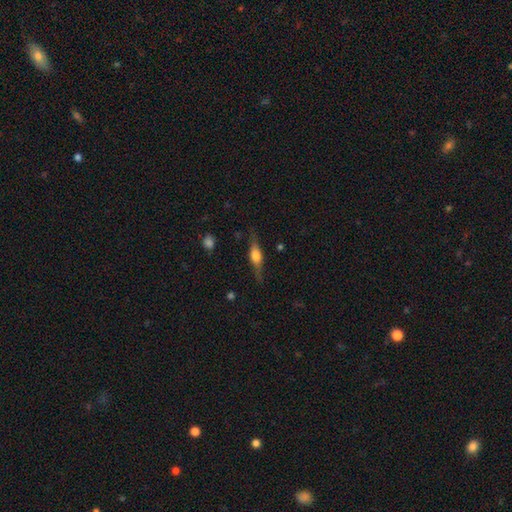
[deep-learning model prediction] Smooth or featured? Predicted: featured or disk (p=0.55). Edge-on disk? Predicted: yes (p=0.93). Edge-on bulge? Predicted: rounded (p=0.85). Merging? Predicted: none (p=0.76).